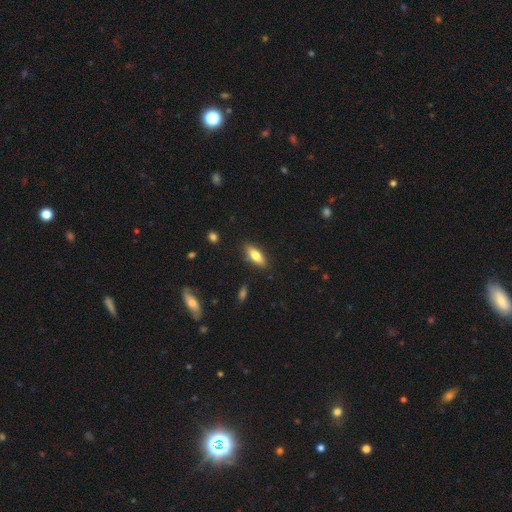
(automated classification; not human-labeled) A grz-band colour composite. It shows a smooth galaxy with no disk features (73%) that is in between round and cigar-shaped (71%). Merging: none (86%).